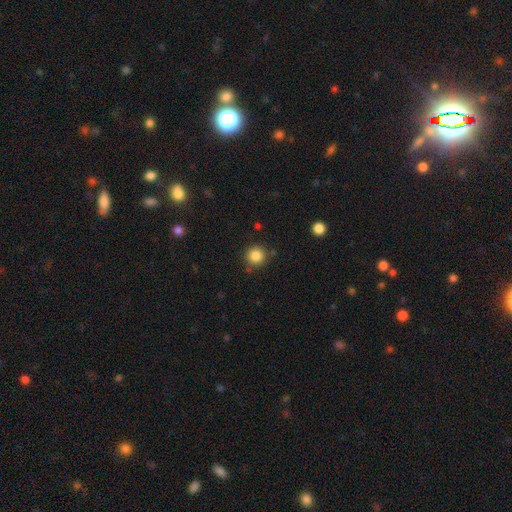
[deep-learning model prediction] This appears to be a smooth galaxy with no disk features (84%) that is round (94%). Merging: none (85%).